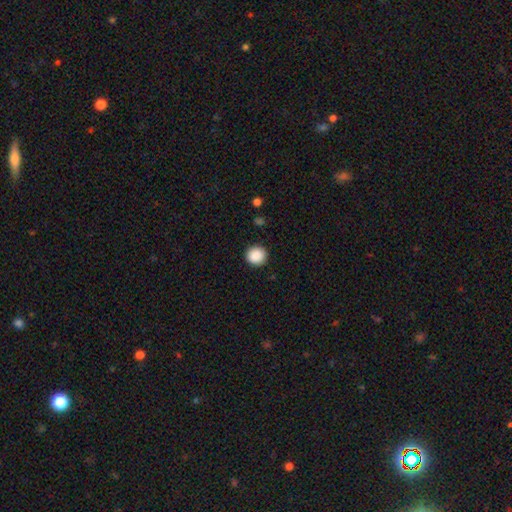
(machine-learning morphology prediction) Q: Smooth or featured?
A: smooth (89%); runner-up: star or artifact (9%)
Q: How rounded?
A: round (92%); runner-up: in between (7%)
Q: Merging?
A: none (91%); runner-up: minor disturbance (6%)